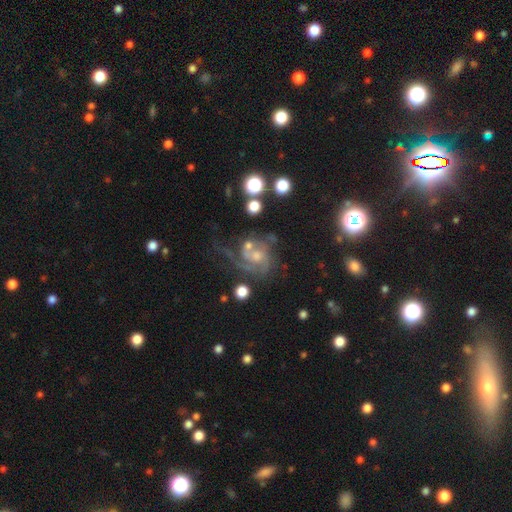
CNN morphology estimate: The model was most divided on "bulge size": moderate: 46%, small: 40%, none: 8%, large: 4%, dominant: 2%. Remaining: edge-on disk — no (98%); spiral arms — yes (93%); smooth or featured — featured or disk (81%); bar — no (69%); spiral winding — medium (46%); merging — none (41%); spiral arm count — 2 (32%).